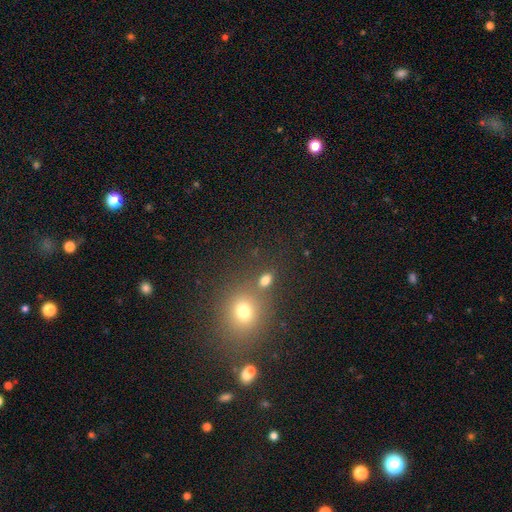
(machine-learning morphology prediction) Smooth or featured: smooth — 56% (star or artifact — 35%)
How rounded: round — 78% (in between — 21%)
Merging: none — 77% (merger — 10%)